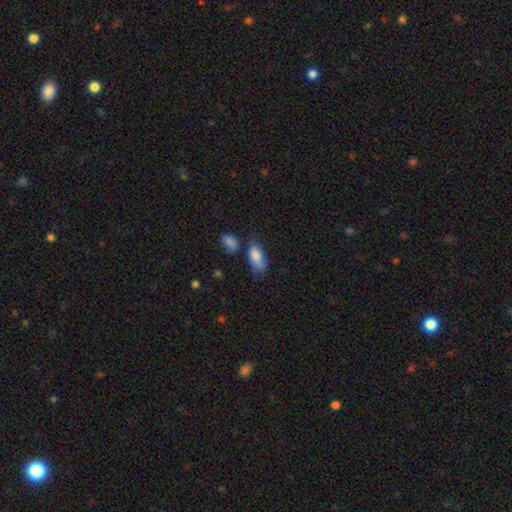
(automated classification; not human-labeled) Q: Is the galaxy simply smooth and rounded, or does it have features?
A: smooth — 83%.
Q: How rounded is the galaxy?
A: in between — 83%.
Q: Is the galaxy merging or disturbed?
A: none — 50%.